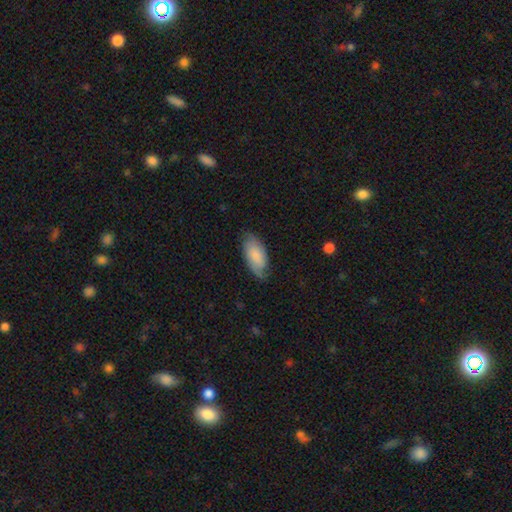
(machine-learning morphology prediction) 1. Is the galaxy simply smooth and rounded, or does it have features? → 66% smooth, 28% featured or disk, 6% star or artifact.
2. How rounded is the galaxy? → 92% in between, 5% cigar-shaped, 2% round.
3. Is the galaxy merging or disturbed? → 71% none, 23% minor disturbance, 5% major disturbance, 1% merger.